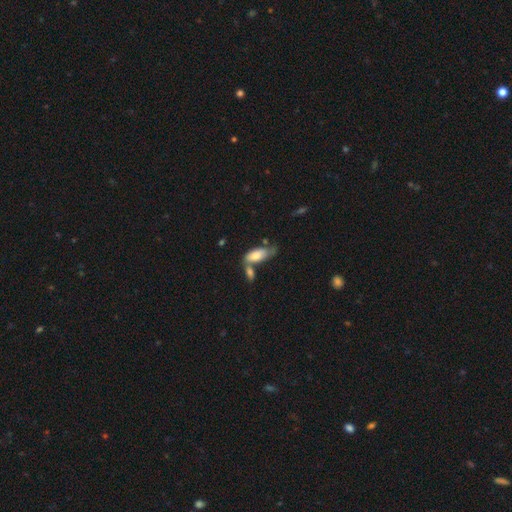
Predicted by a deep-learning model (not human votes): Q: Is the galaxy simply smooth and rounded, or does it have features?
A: smooth — 73%.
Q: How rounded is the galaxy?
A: in between — 85%.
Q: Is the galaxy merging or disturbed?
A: merger — 41%.